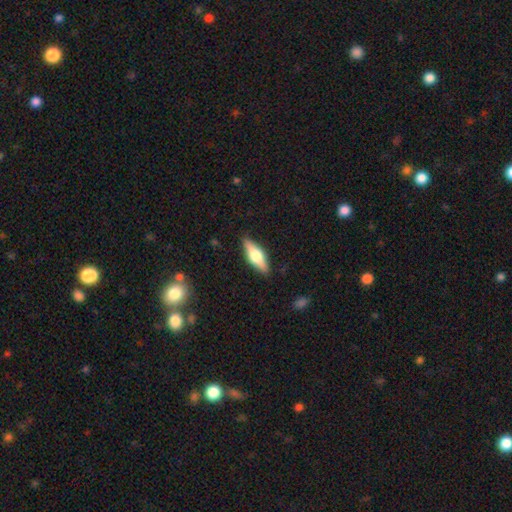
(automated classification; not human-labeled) Smooth or featured: featured or disk — 48% (smooth — 46%)
Merging: none — 87% (minor disturbance — 10%)